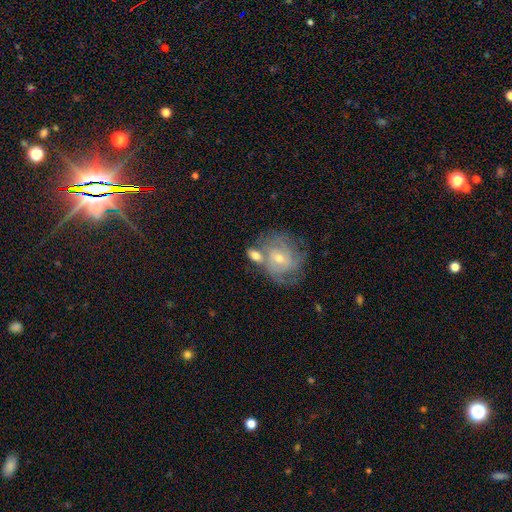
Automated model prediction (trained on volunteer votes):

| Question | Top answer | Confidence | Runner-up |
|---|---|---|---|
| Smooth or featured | featured or disk | 55% | smooth (38%) |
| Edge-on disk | no | 94% | yes (6%) |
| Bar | no | 55% | weak (36%) |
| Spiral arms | yes | 77% | no (23%) |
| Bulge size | moderate | 48% | small (45%) |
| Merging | none | 40% | merger (38%) |